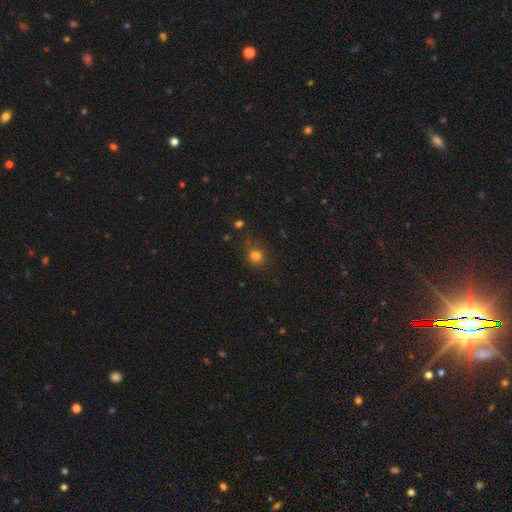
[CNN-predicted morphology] A smooth galaxy with no disk features (80%) that is round (86%). Merging: none (77%).